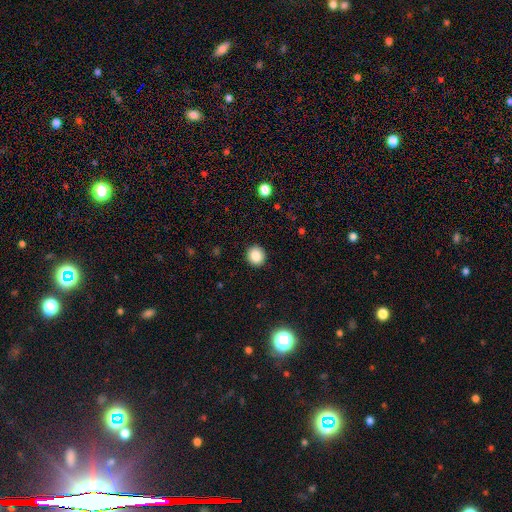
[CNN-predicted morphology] Smooth or featured: smooth — 87% (star or artifact — 9%)
How rounded: round — 82% (in between — 17%)
Merging: none — 91% (minor disturbance — 6%)